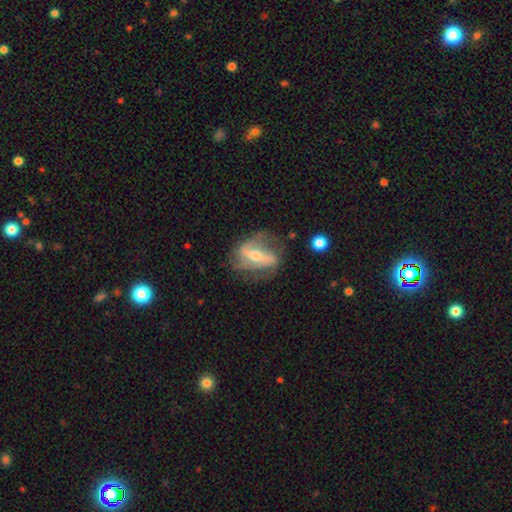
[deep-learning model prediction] The model was most divided on "spiral winding": loose: 39%, medium: 38%, tight: 23%. More confident: edge-on disk — no (88%); spiral arms — yes (81%); smooth or featured — featured or disk (79%); spiral arm count — 2 (73%); merging — none (62%); bar — strong (61%); bulge size — moderate (57%).